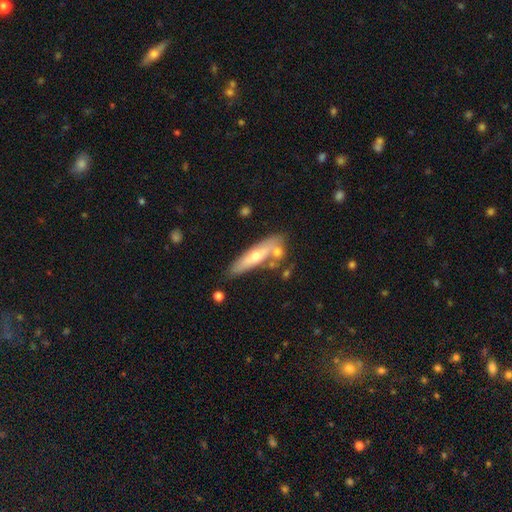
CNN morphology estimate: Smooth or featured? Predicted: smooth (p=0.52). How rounded? Predicted: cigar-shaped (p=0.72). Merging? Predicted: none (p=0.61).